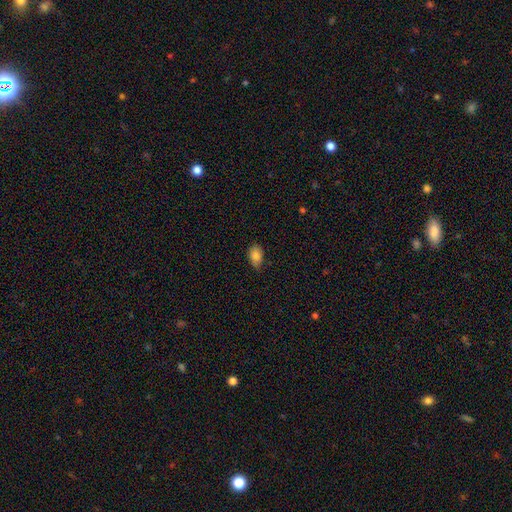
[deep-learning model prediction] Smooth or featured? Predicted: smooth (p=0.83). How rounded? Predicted: in between (p=0.85). Merging? Predicted: none (p=0.68).